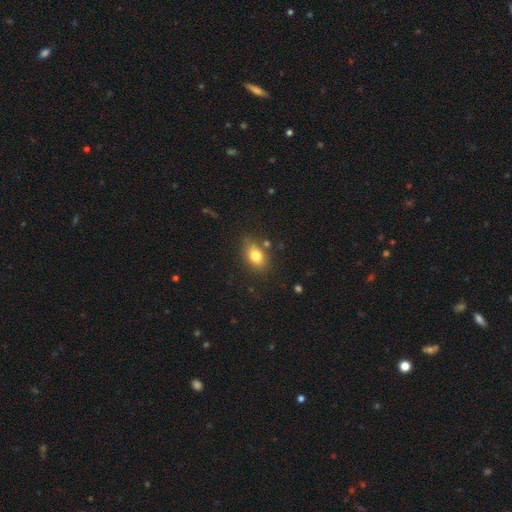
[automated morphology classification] Smooth or featured? Predicted: smooth (p=0.79). How rounded? Predicted: in between (p=0.77). Merging? Predicted: none (p=0.76).